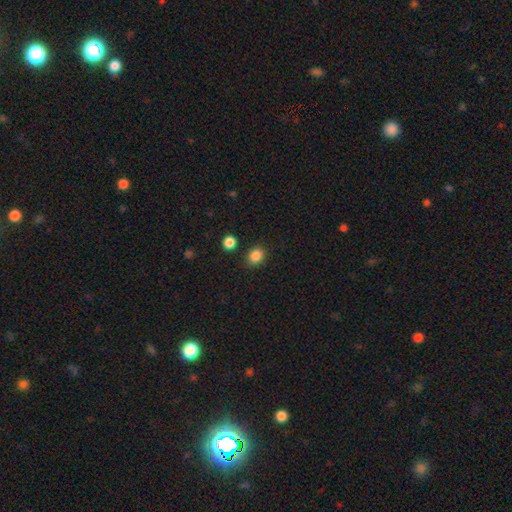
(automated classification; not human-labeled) smooth 86%, star or artifact 11%, featured or disk 3%. Down the decision tree: how rounded — round (62%); merging — none (85%).